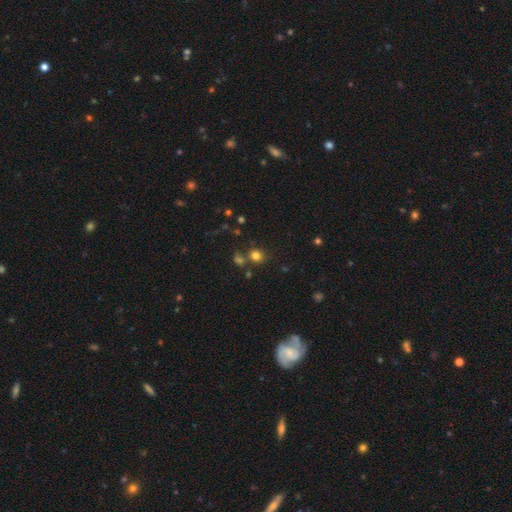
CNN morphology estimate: This is likely a smooth galaxy (76%). How rounded: clearly round (83%). Merging: likely none (70%).